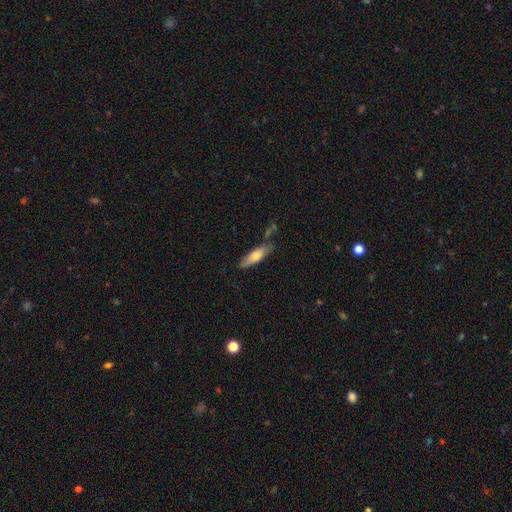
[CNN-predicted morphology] type=smooth (70%); roundness=cigar-shaped (54%); merging=none (65%).